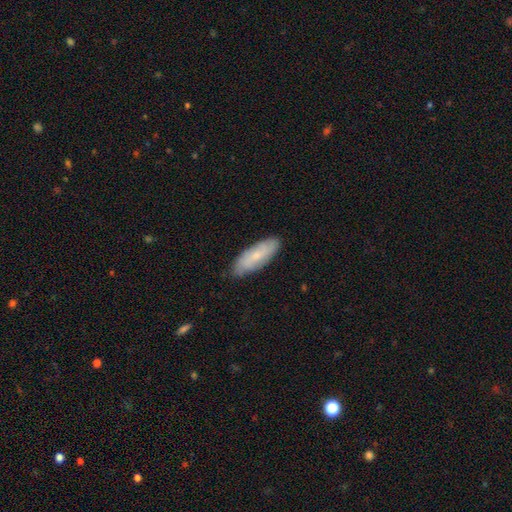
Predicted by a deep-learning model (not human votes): This appears to be a smooth galaxy with no disk features (62%) that is in between round and cigar-shaped (64%). Merging: none (83%).